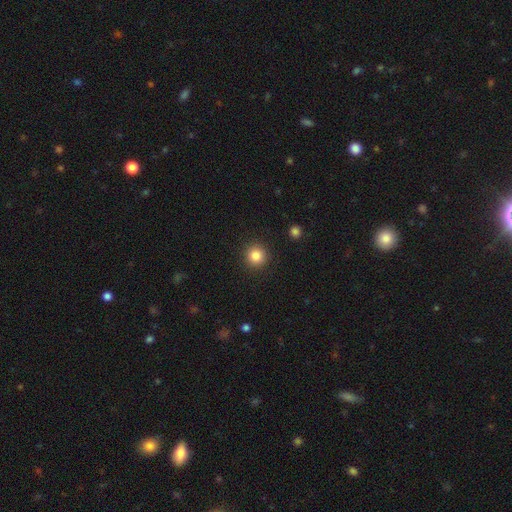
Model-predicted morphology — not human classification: Overall: smooth (85%). How rounded: round (94%). Merging: none (92%).